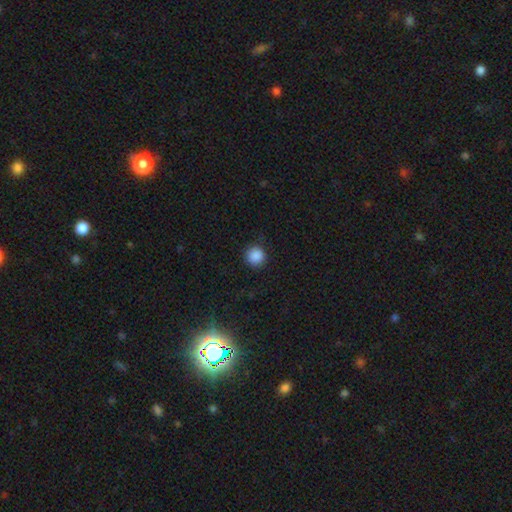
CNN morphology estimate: The model was most divided on "smooth or featured": smooth: 88%, star or artifact: 10%, featured or disk: 2%. More confident: how rounded — round (94%); merging — none (89%).